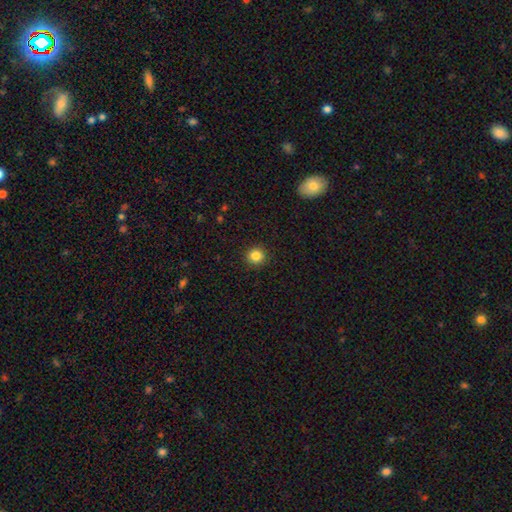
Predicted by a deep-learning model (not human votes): This appears to be a smooth galaxy with no disk features (84%) that is round (93%). Merging: none (92%).